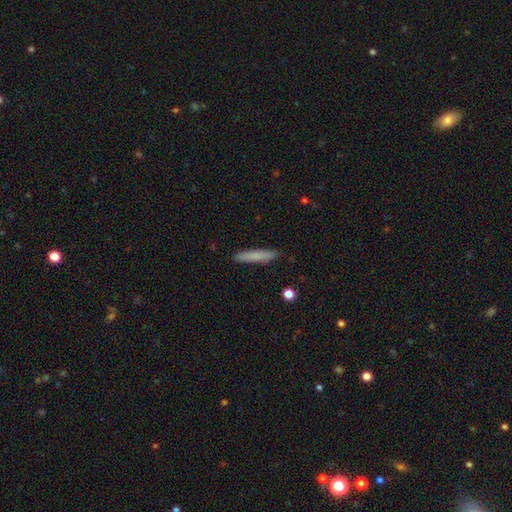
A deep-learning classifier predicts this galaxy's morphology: This is likely a smooth galaxy (79%). How rounded: clearly cigar-shaped (93%). Merging: clearly none (90%).